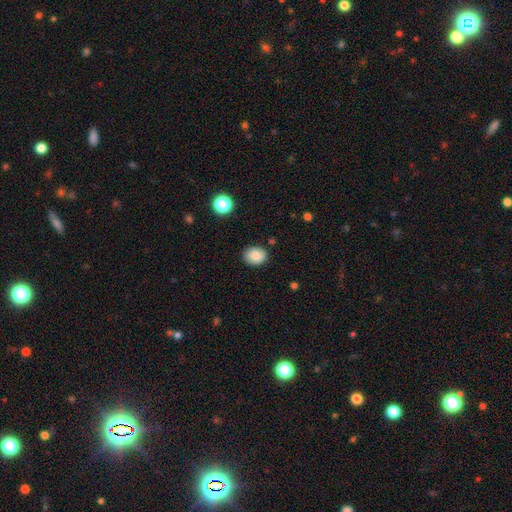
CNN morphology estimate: Smooth or featured?
  - smooth: 85% *
  - star or artifact: 9%
  - featured or disk: 6%
How rounded?
  - round: 50% *
  - in between: 49%
  - cigar-shaped: 1%
Merging?
  - none: 87% *
  - minor disturbance: 10%
  - major disturbance: 2%
  - merger: 2%